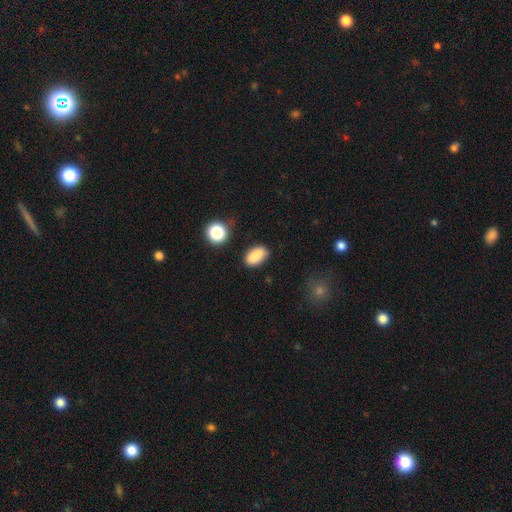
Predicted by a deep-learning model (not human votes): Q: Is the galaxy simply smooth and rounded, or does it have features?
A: smooth — 87%.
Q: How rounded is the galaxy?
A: in between — 90%.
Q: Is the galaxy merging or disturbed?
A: none — 84%.